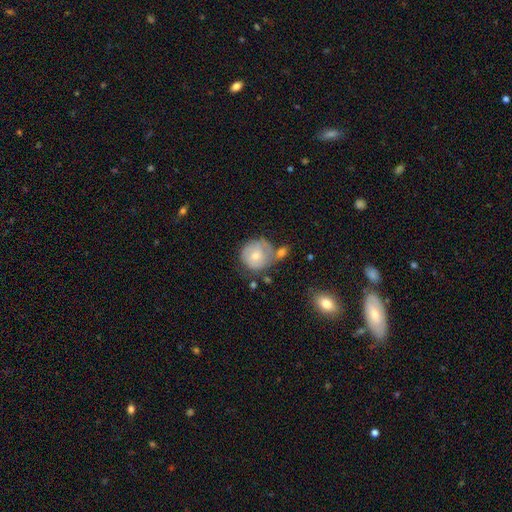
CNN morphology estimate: The model was most divided on "merging": none: 38%, merger: 26%, minor disturbance: 23%, major disturbance: 12%. More confident: how rounded — round (84%); smooth or featured — smooth (57%).